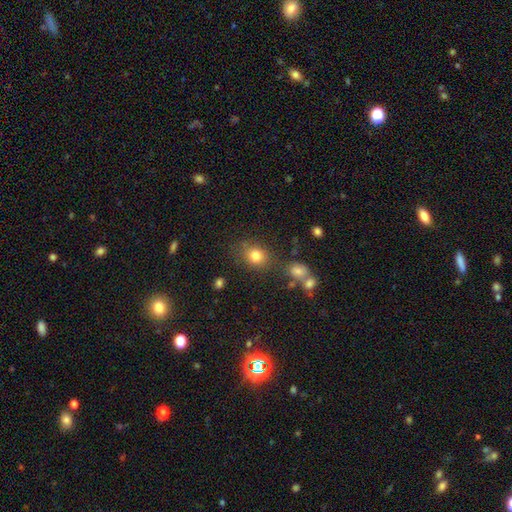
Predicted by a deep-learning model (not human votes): A smooth galaxy with no disk features (79%) that is round (64%). Merging: none (75%).